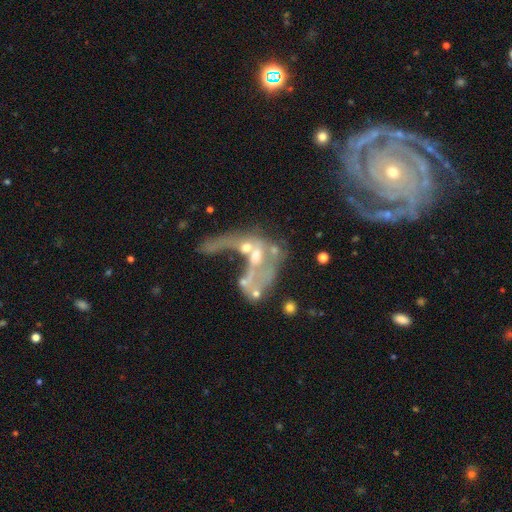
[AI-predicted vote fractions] Smooth or featured: featured or disk — 66% (smooth — 18%)
Edge-on disk: no — 95% (yes — 5%)
Bar: no — 79% (weak — 15%)
Spiral arms: no — 77% (yes — 23%)
Bulge size: none — 35% (moderate — 31%)
Merging: merger — 47% (major disturbance — 33%)